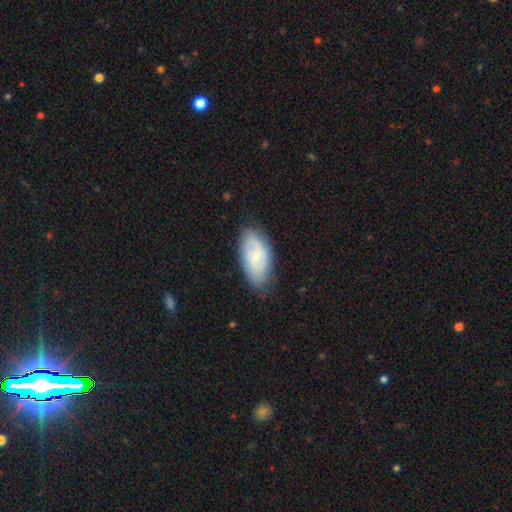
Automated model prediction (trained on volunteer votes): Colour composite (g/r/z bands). It shows a featured or disk galaxy (55%) with a weak bar (46%), spiral arms (86%) and a small central bulge (62%). Merging: none (74%).